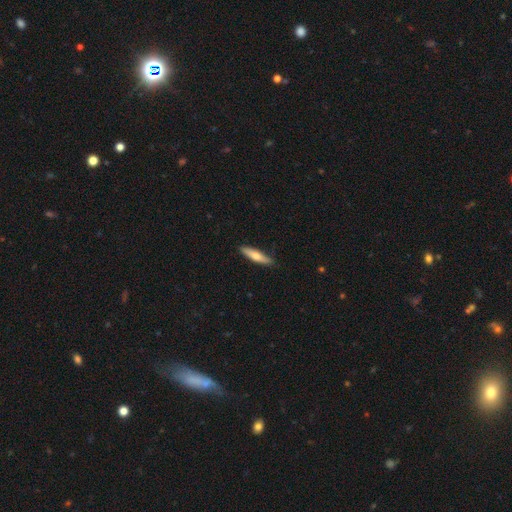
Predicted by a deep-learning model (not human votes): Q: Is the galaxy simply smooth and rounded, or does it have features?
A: smooth — 66%.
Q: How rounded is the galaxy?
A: cigar-shaped — 80%.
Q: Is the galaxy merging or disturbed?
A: none — 86%.